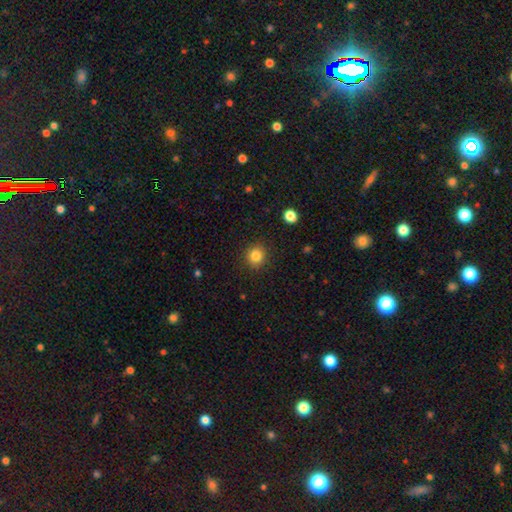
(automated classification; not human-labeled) smooth-or-featured: smooth: 84% | star or artifact: 11% | featured or disk: 5%
  how-rounded: round: 91% | in between: 8% | cigar-shaped: 1%
  merging: none: 90% | minor disturbance: 6% | major disturbance: 2% | merger: 1%